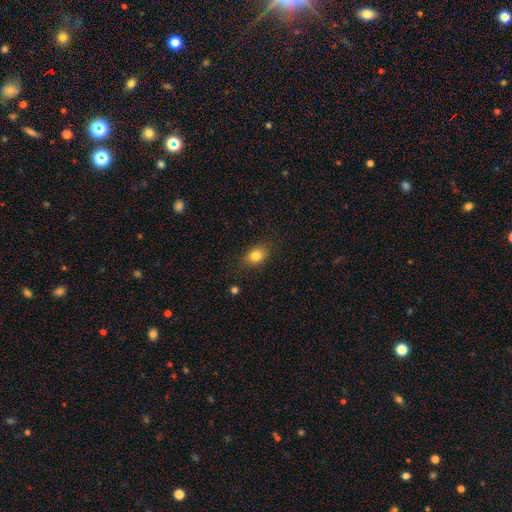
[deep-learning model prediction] smooth_or_featured: smooth (p=0.82) [alt: star or artifact p=0.10]
how_rounded: in between (p=0.71) [alt: round p=0.27]
merging: none (p=0.82) [alt: minor disturbance p=0.14]